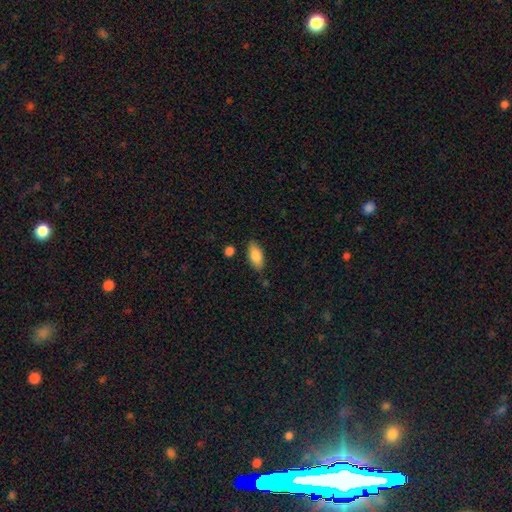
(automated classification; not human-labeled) Smooth or featured? Predicted: smooth (p=0.85). How rounded? Predicted: in between (p=0.88). Merging? Predicted: none (p=0.81).